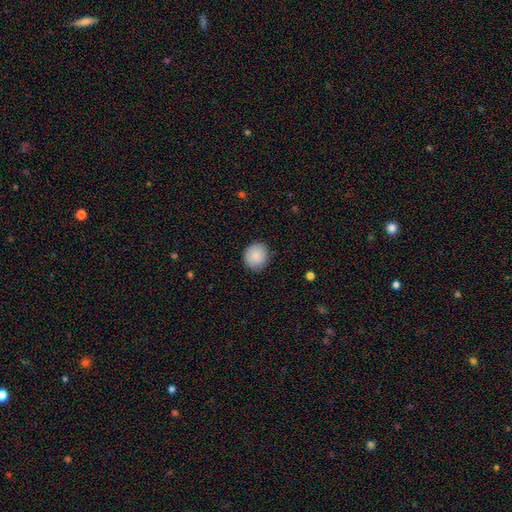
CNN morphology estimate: This appears to be a smooth galaxy with no disk features (87%) that is round (85%). Merging: none (86%).